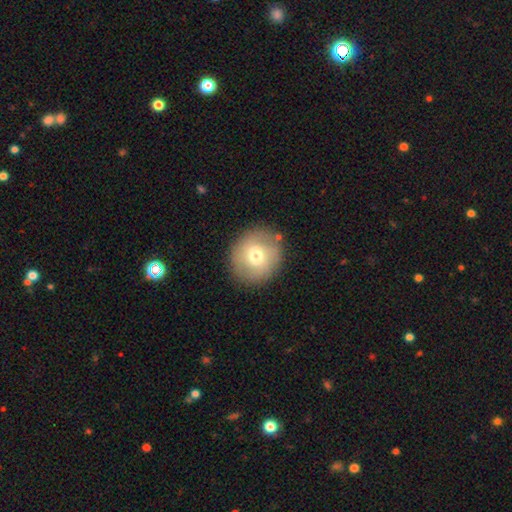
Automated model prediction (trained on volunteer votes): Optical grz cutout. It shows a smooth galaxy with no disk features (67%) that is round (90%). Merging: none (84%).